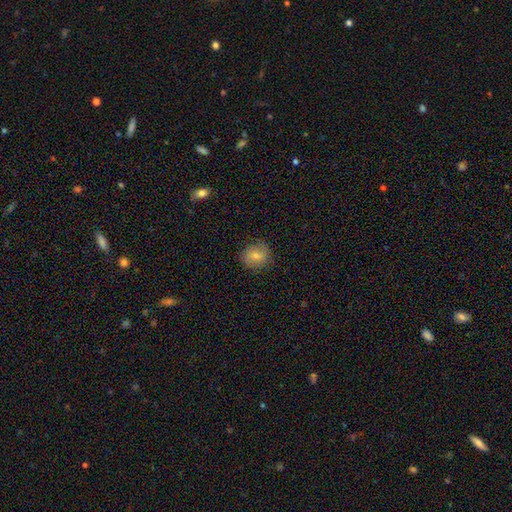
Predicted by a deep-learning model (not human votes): smooth-or-featured: smooth: 68% | featured or disk: 20% | star or artifact: 12%
  how-rounded: round: 80% | in between: 18% | cigar-shaped: 1%
  merging: none: 84% | minor disturbance: 12% | major disturbance: 3% | merger: 1%